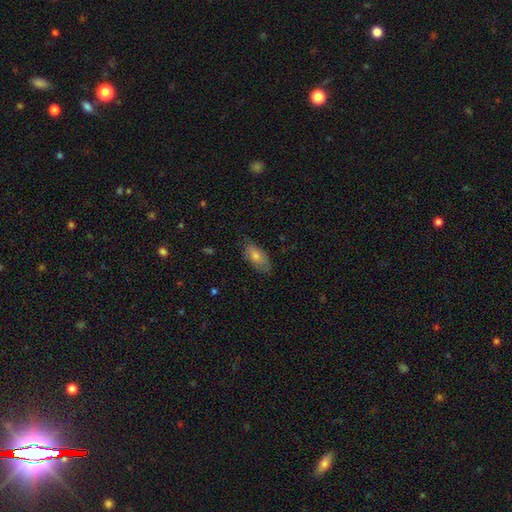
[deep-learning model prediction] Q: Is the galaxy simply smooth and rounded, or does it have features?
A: smooth — 67%.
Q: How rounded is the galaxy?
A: in between — 84%.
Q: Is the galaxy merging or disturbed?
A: none — 76%.